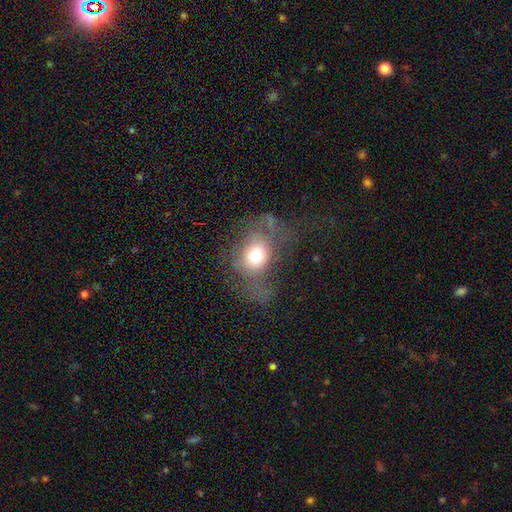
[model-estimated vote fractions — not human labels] The model was most divided on "merging": major disturbance: 41%, none: 36%, minor disturbance: 20%, merger: 3%. More confident: smooth or featured — smooth (61%); how rounded — round (54%).